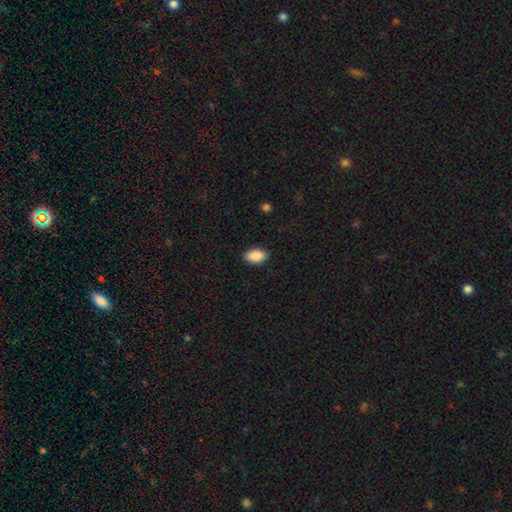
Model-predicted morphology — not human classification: type=smooth (90%); roundness=in between (91%); merging=none (89%).